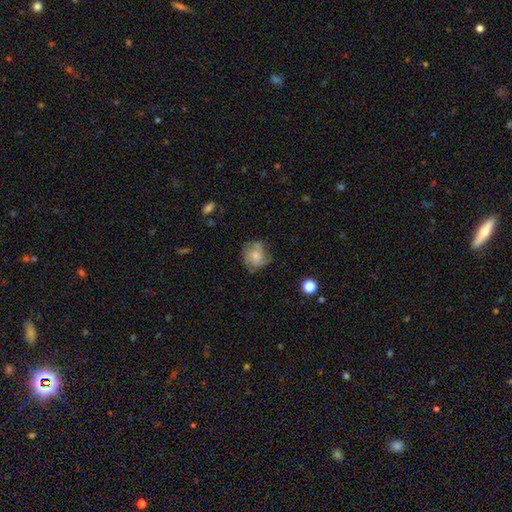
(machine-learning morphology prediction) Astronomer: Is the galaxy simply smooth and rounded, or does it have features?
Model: smooth — 47% (runner-up: featured or disk, 44%).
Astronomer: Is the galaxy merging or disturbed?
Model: none — 62%.